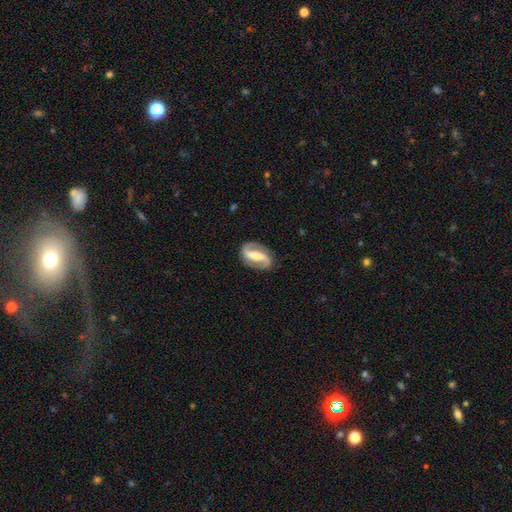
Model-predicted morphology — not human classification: A featured or disk galaxy (84%) with a strong bar (56%), 2 (92%) medium (43%) spiral arms (94%) and a moderate central bulge (41%). Merging: none (85%).